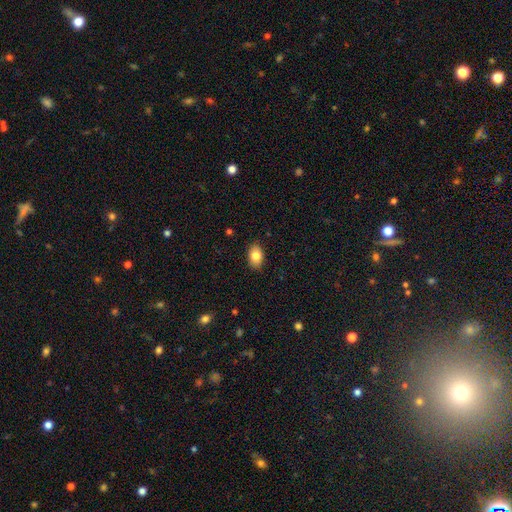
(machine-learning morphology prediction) Smooth or featured: smooth — 83% (featured or disk — 10%)
How rounded: in between — 87% (round — 12%)
Merging: none — 87% (minor disturbance — 10%)